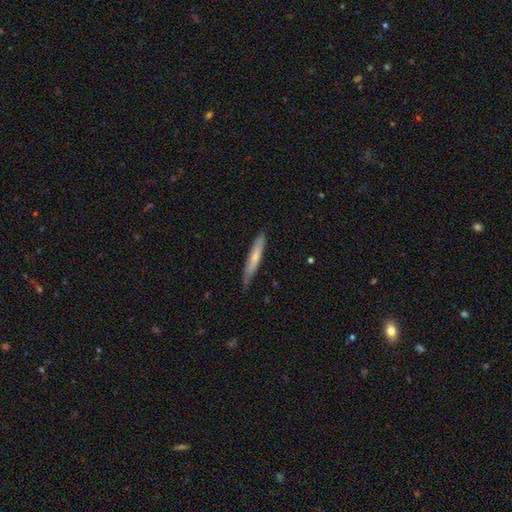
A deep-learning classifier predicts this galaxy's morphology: The model was most divided on "smooth or featured": smooth: 55%, featured or disk: 39%, star or artifact: 6%. More confident: how rounded — cigar-shaped (93%); merging — none (79%).